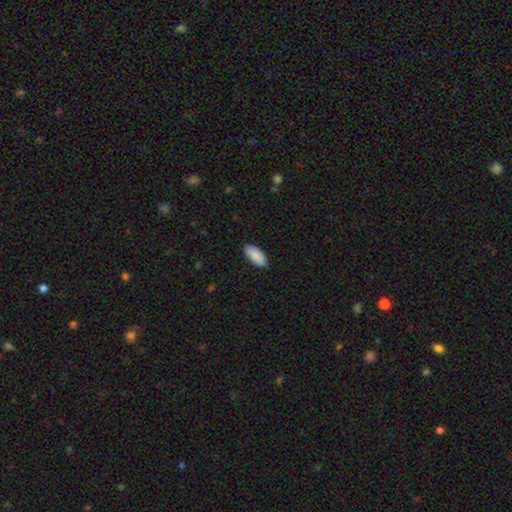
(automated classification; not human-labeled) A smooth galaxy with no disk features (90%) that is in between round and cigar-shaped (89%).

Vote fractions:
- Smooth or featured? smooth: 90% / star or artifact: 6% / featured or disk: 4%
- How rounded? in between: 89% / cigar-shaped: 9% / round: 2%
- Merging? none: 89% / minor disturbance: 9% / major disturbance: 2% / merger: 1%